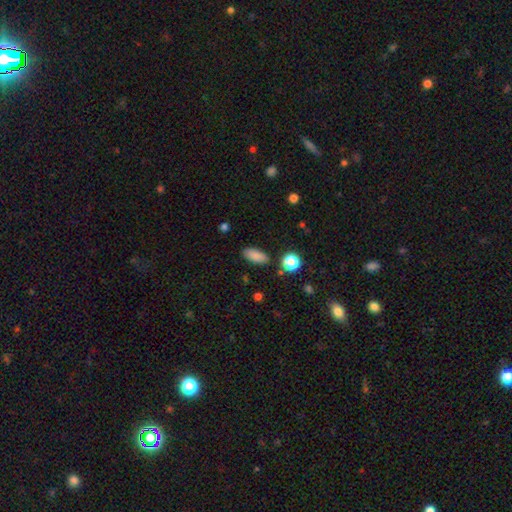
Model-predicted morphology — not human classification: A smooth galaxy with no disk features (86%) that is in between round and cigar-shaped (83%). Merging: none (86%).